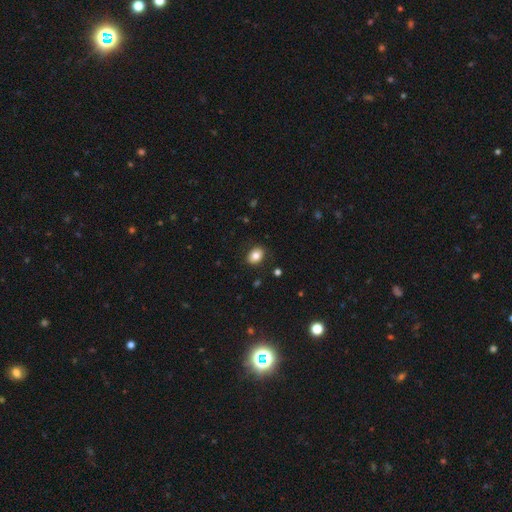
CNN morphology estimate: smooth 81%, featured or disk 10%, star or artifact 9%. Down the decision tree: how rounded — in between (65%); merging — none (87%).